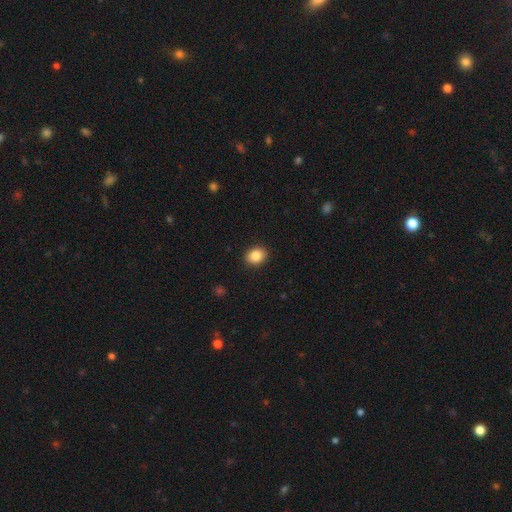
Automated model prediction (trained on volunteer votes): Overall: smooth (86%). How rounded: in between (52%; round 47%). Merging: none (90%).